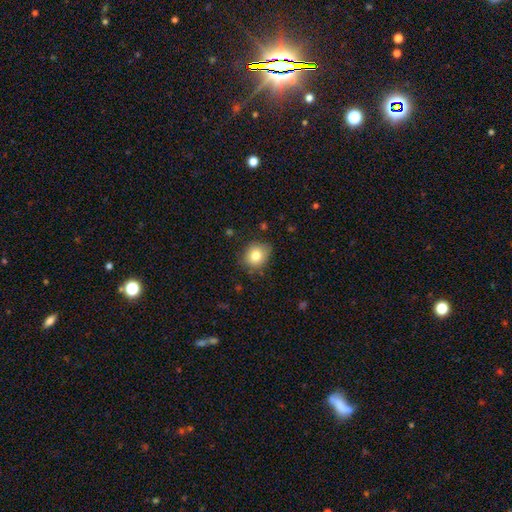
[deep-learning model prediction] This appears to be a smooth galaxy with no disk features (81%) that is round (70%). Merging: none (80%).